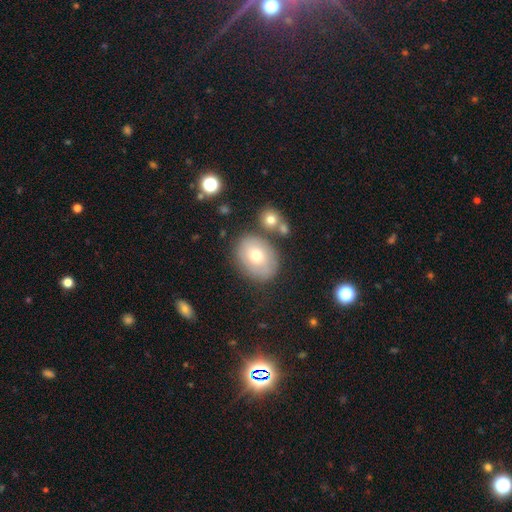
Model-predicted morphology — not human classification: smooth 61%, featured or disk 29%, star or artifact 10%. Down the decision tree: how rounded — in between (63%); merging — none (73%).